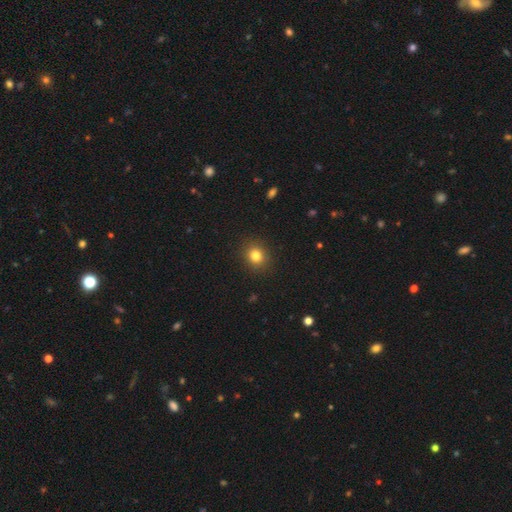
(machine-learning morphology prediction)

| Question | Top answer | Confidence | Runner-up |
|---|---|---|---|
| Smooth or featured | smooth | 81% | star or artifact (12%) |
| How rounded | round | 78% | in between (21%) |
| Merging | none | 90% | minor disturbance (6%) |